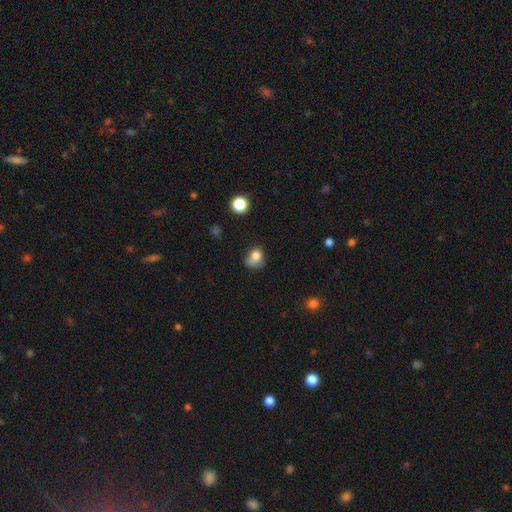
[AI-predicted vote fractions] Morphology: type=smooth (77%); roundness=round (57%); merging=none (39%).